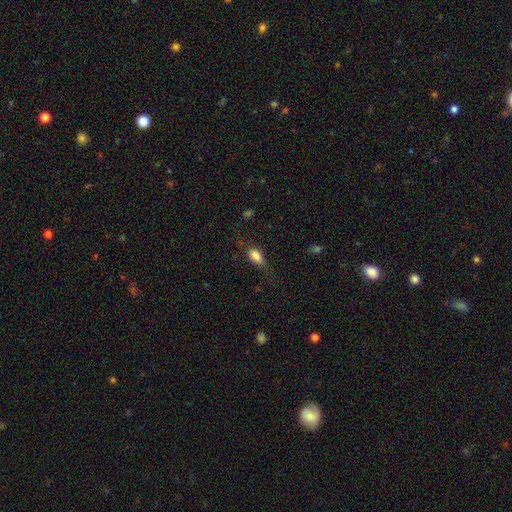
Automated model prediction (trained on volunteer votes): Smooth or featured?
  - smooth: 84% *
  - star or artifact: 9%
  - featured or disk: 7%
How rounded?
  - in between: 88% *
  - cigar-shaped: 8%
  - round: 5%
Merging?
  - none: 54% *
  - minor disturbance: 28%
  - major disturbance: 15%
  - merger: 3%